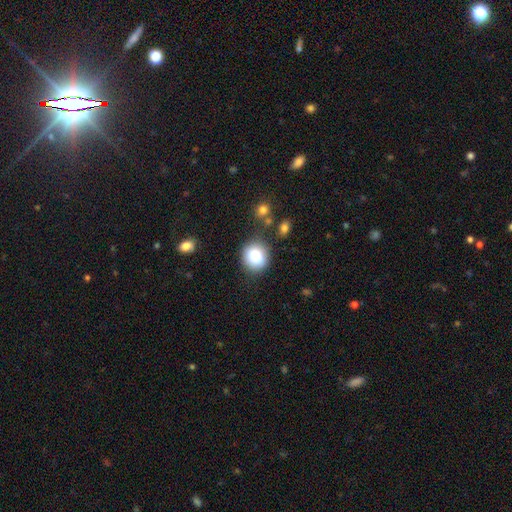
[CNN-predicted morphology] Overall: smooth (83%). How rounded: round (81%). Merging: none (81%).